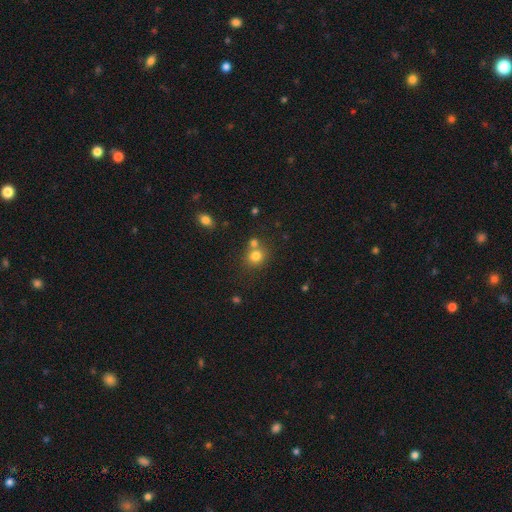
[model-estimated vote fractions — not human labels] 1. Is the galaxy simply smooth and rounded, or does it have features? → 78% smooth, 14% star or artifact, 9% featured or disk.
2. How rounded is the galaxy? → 78% round, 21% in between, 1% cigar-shaped.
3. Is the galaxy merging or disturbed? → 56% none, 32% merger, 9% minor disturbance, 3% major disturbance.